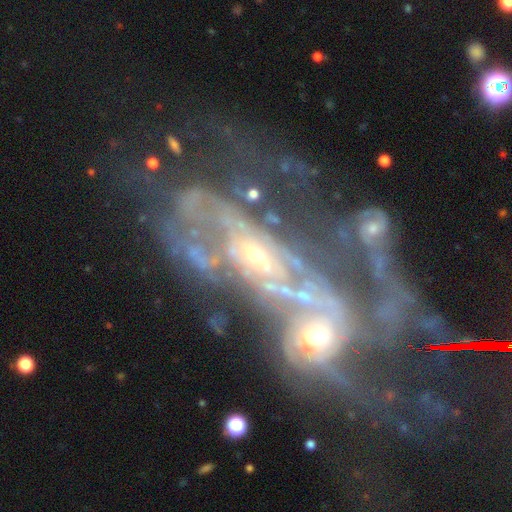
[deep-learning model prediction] featured or disk 72%, smooth 14%, star or artifact 14%. Down the decision tree: edge-on disk — no (90%); bar — no (51%); spiral arms — yes (72%); bulge size — small (54%); merging — none (33%).